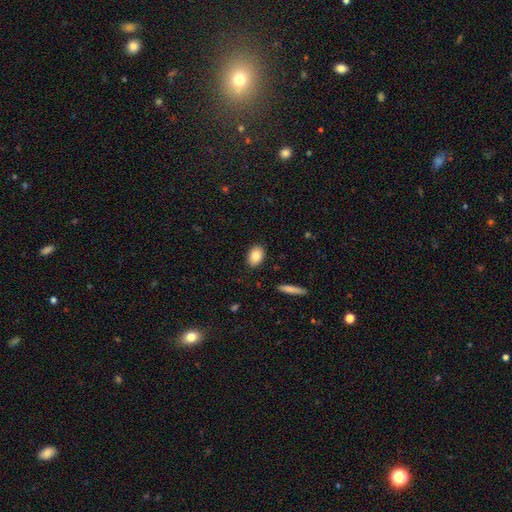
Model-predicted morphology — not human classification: Smooth or featured: smooth — 84% (featured or disk — 8%)
How rounded: in between — 80% (round — 18%)
Merging: none — 88% (minor disturbance — 8%)